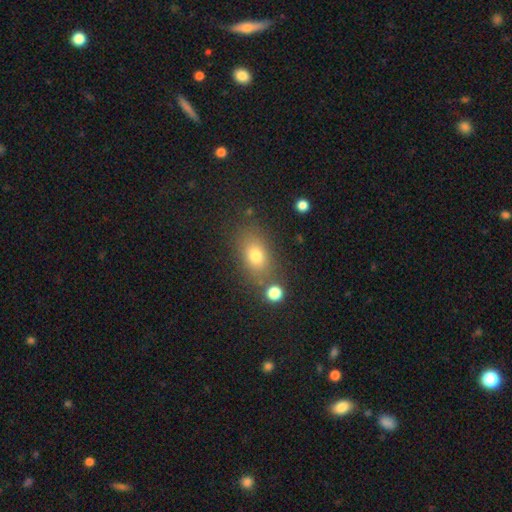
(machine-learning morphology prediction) Smooth or featured?
  - smooth: 75% *
  - star or artifact: 13%
  - featured or disk: 12%
How rounded?
  - in between: 75% *
  - round: 22%
  - cigar-shaped: 3%
Merging?
  - none: 75% *
  - minor disturbance: 13%
  - merger: 7%
  - major disturbance: 5%